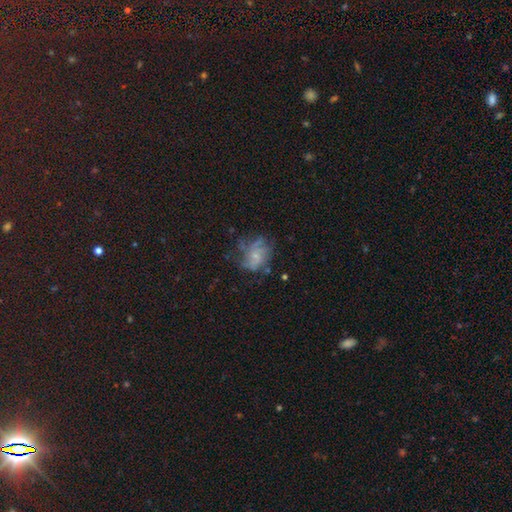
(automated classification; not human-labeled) featured or disk 56%, smooth 30%, star or artifact 14%. Down the decision tree: edge-on disk — no (98%); bar — no (80%); spiral arms — yes (64%); bulge size — small (69%); merging — none (50%).